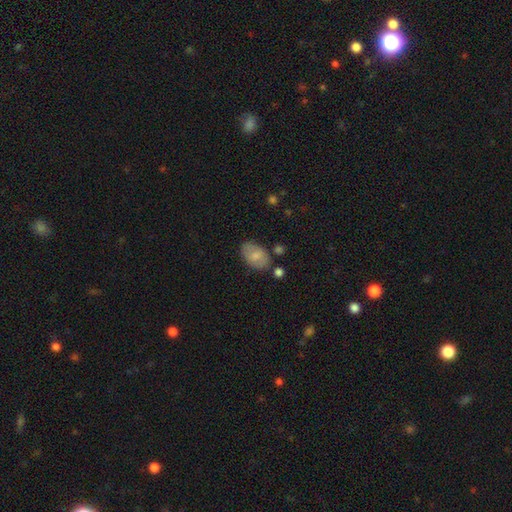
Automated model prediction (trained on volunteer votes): Overall: smooth (72%). How rounded: in between (89%). Merging: none (73%).